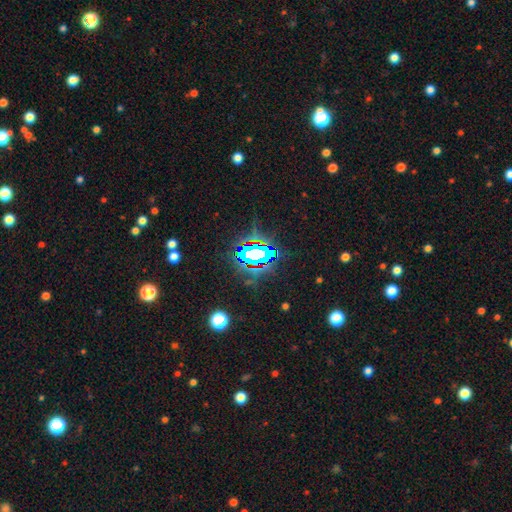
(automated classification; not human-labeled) A star or artifact, not a galaxy (70%).